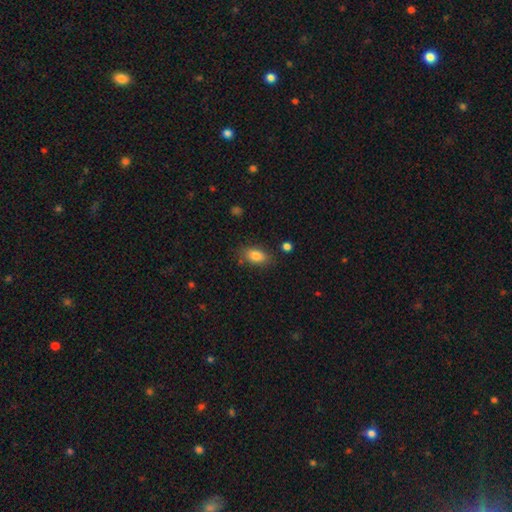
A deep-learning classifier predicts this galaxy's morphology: A smooth galaxy with no disk features (84%) that is in between round and cigar-shaped (87%). Merging: none (79%).